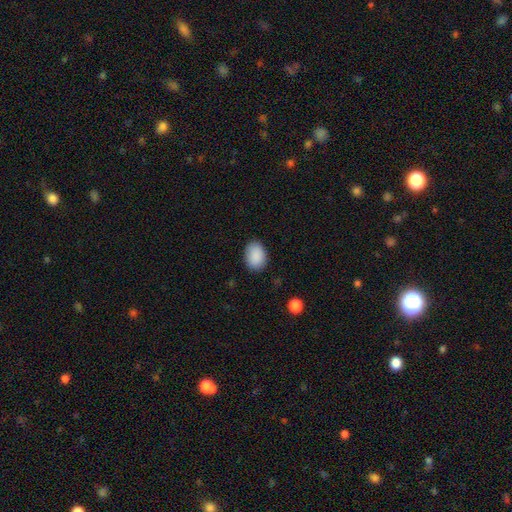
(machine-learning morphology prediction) Smooth or featured?
  - smooth: 90% *
  - star or artifact: 7%
  - featured or disk: 3%
How rounded?
  - in between: 80% *
  - round: 19%
  - cigar-shaped: 1%
Merging?
  - none: 86% *
  - minor disturbance: 11%
  - major disturbance: 2%
  - merger: 1%